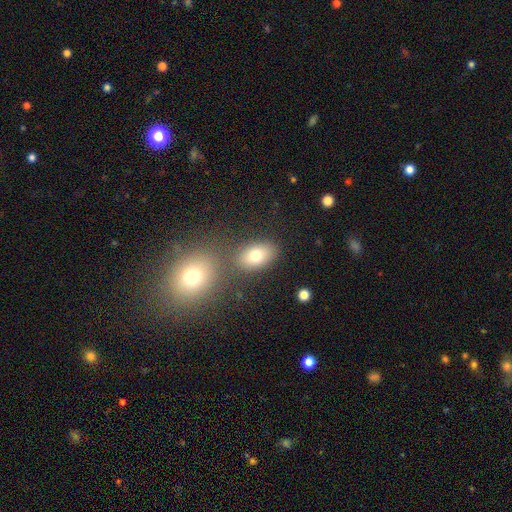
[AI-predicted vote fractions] This appears to be a smooth galaxy with no disk features (76%) that is in between round and cigar-shaped (83%). Merging: none (73%).